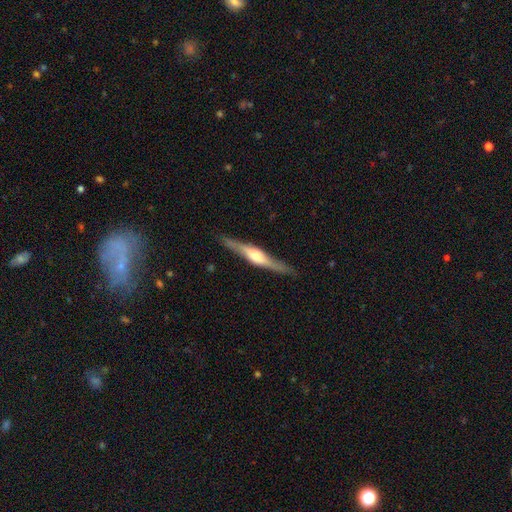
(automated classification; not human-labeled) The model was most divided on "smooth or featured": featured or disk: 76%, smooth: 20%, star or artifact: 5%. More confident: edge-on disk — yes (96%); merging — none (87%); edge-on bulge — rounded (86%).